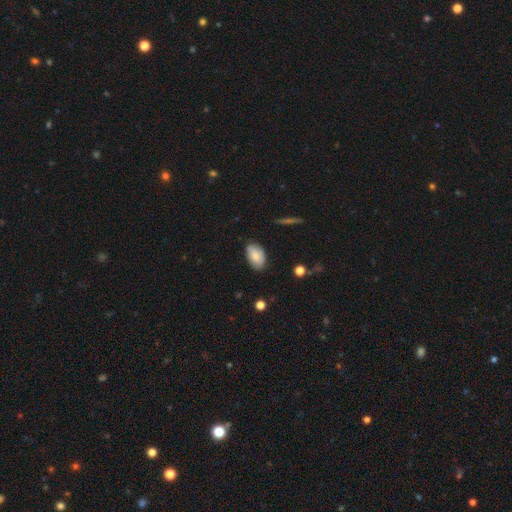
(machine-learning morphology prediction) Overall: smooth (79%). How rounded: in between (93%). Merging: none (76%).